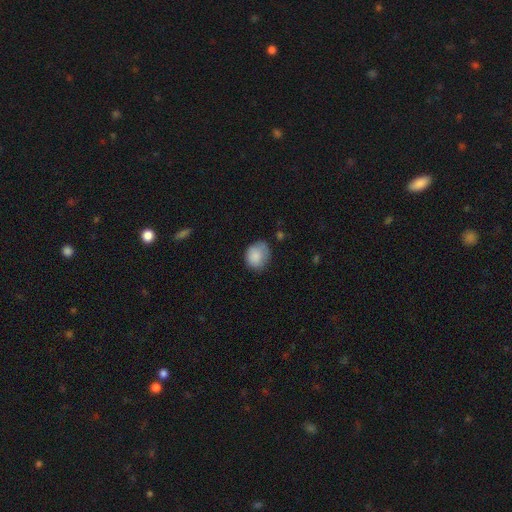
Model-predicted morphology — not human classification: smooth 83%, featured or disk 9%, star or artifact 8%. Down the decision tree: how rounded — round (59%); merging — none (57%).